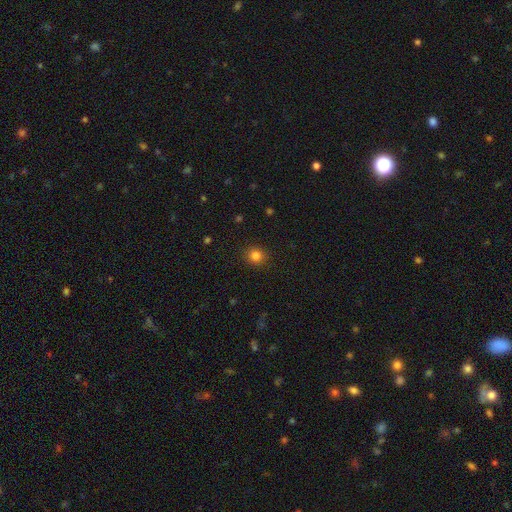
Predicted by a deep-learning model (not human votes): smooth-or-featured: smooth: 82% | star or artifact: 13% | featured or disk: 5%
  how-rounded: round: 86% | in between: 14% | cigar-shaped: 1%
  merging: none: 91% | minor disturbance: 6% | major disturbance: 2% | merger: 1%